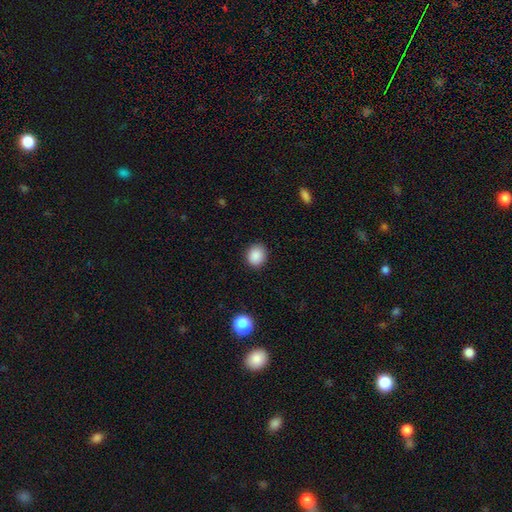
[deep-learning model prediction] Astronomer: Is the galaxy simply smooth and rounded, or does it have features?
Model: smooth — 88%.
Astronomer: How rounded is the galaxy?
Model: round — 69%.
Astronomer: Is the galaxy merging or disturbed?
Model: none — 89%.